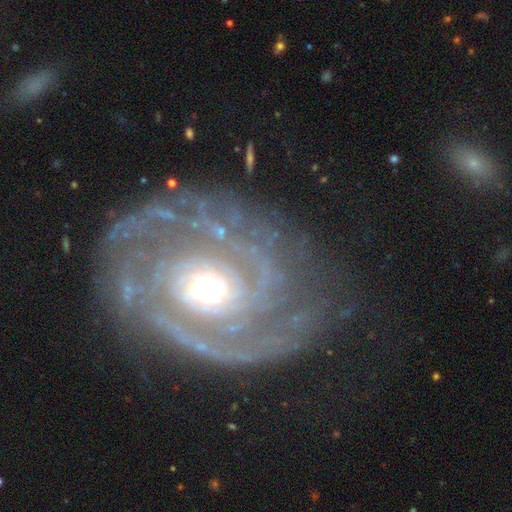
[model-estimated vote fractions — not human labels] Q: Smooth or featured?
A: featured or disk (90%); runner-up: smooth (5%)
Q: Edge-on disk?
A: no (97%); runner-up: yes (3%)
Q: Bar?
A: no (69%); runner-up: weak (21%)
Q: Spiral arms?
A: yes (95%); runner-up: no (5%)
Q: Spiral winding?
A: tight (70%); runner-up: medium (24%)
Q: Spiral arm count?
A: 2 (38%); runner-up: can't tell (22%)
Q: Bulge size?
A: moderate (69%); runner-up: small (16%)
Q: Merging?
A: none (71%); runner-up: minor disturbance (18%)